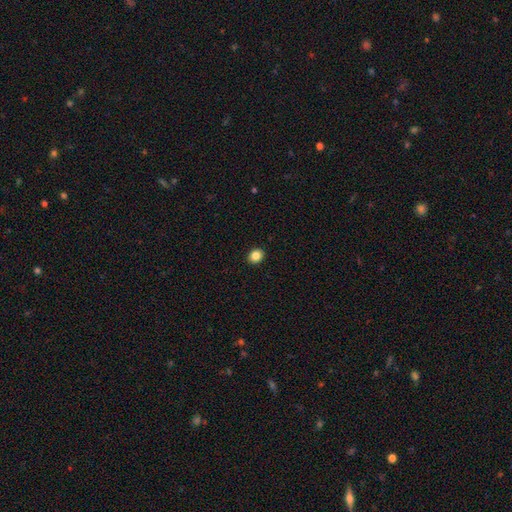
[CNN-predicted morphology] This appears to be a smooth galaxy with no disk features (86%) that is round (60%). Merging: none (92%).